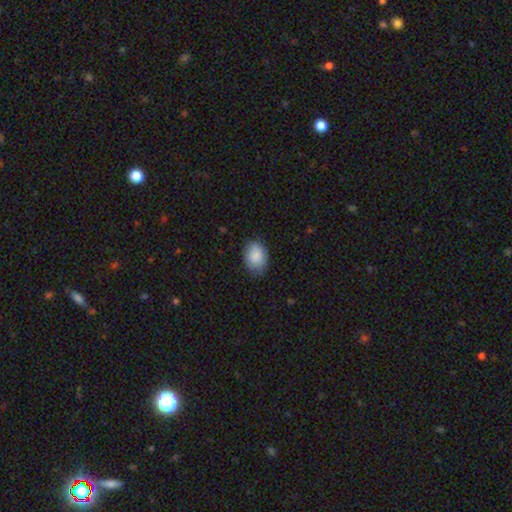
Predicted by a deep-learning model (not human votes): A smooth galaxy with no disk features (88%) that is in between round and cigar-shaped (79%). Merging: none (75%).